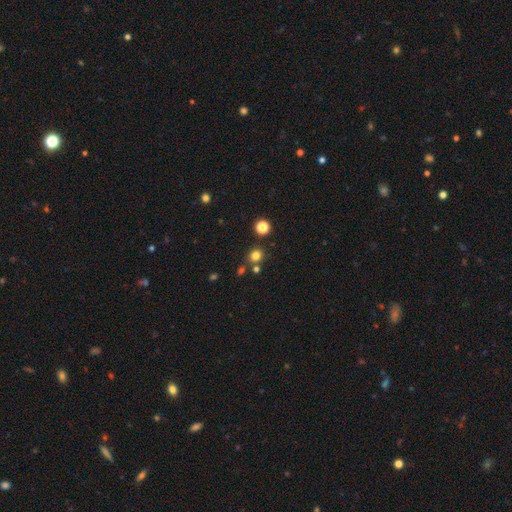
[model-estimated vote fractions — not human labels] Smooth or featured: smooth — 77% (star or artifact — 18%)
How rounded: round — 87% (in between — 12%)
Merging: none — 77% (merger — 12%)